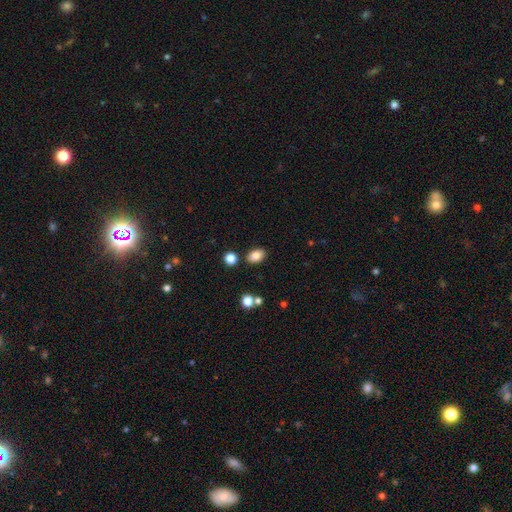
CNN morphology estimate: A smooth galaxy with no disk features (84%) that is in between round and cigar-shaped (84%).

Vote fractions:
- Smooth or featured? smooth: 84% / star or artifact: 10% / featured or disk: 6%
- How rounded? in between: 84% / round: 15% / cigar-shaped: 1%
- Merging? none: 84% / minor disturbance: 10% / merger: 4% / major disturbance: 2%